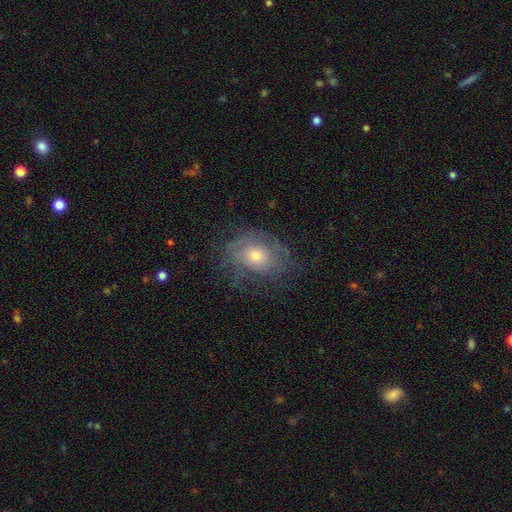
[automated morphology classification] Smooth or featured: featured or disk — 54% (smooth — 36%)
Edge-on disk: no — 95% (yes — 5%)
Bar: no — 84% (weak — 14%)
Spiral arms: yes — 62% (no — 38%)
Bulge size: moderate — 59% (small — 31%)
Merging: none — 58% (minor disturbance — 23%)